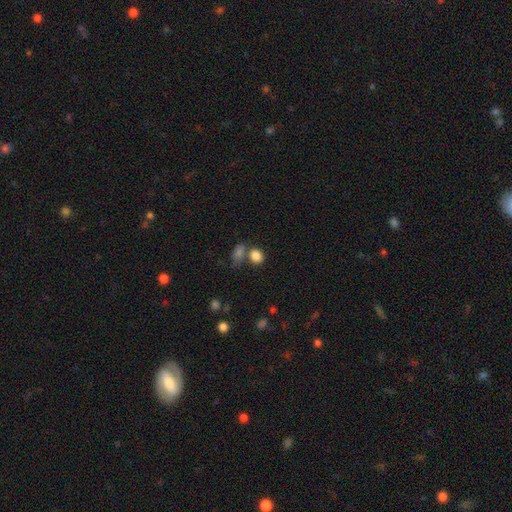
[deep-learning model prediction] Smooth or featured: smooth — 84% (star or artifact — 11%)
How rounded: round — 52% (in between — 47%)
Merging: none — 54% (merger — 29%)